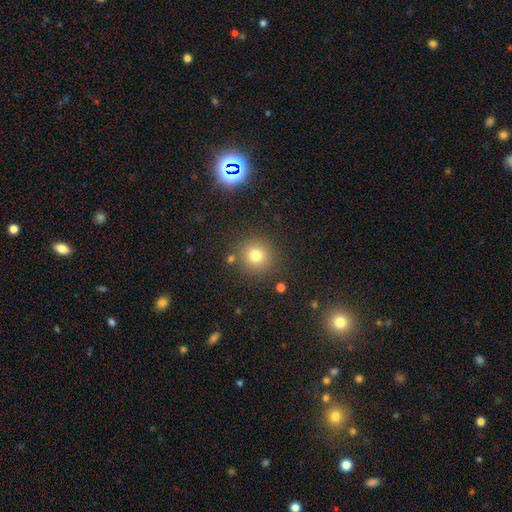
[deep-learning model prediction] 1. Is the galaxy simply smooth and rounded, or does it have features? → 77% smooth, 15% star or artifact, 8% featured or disk.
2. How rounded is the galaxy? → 93% round, 7% in between, 1% cigar-shaped.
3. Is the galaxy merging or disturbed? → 85% none, 8% minor disturbance, 4% merger, 3% major disturbance.